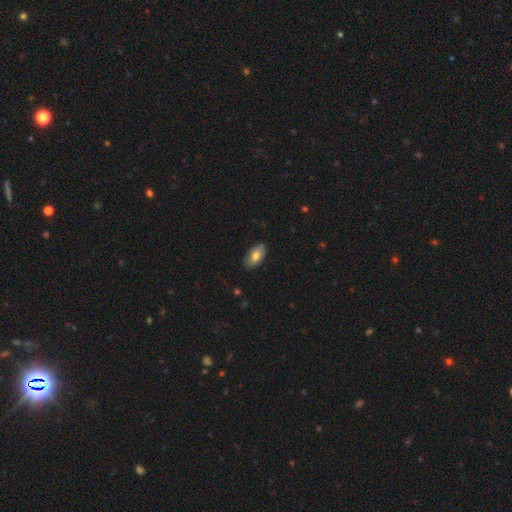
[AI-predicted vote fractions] smooth 74%, featured or disk 19%, star or artifact 7%. Down the decision tree: how rounded — in between (93%); merging — none (83%).